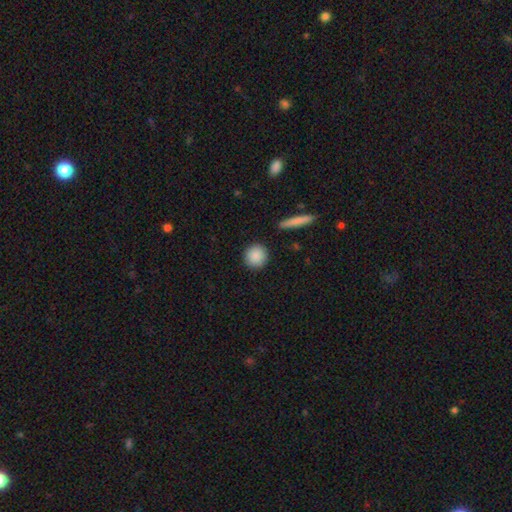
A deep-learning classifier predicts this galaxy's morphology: This appears to be a smooth galaxy with no disk features (89%) that is round (92%). Merging: none (91%).